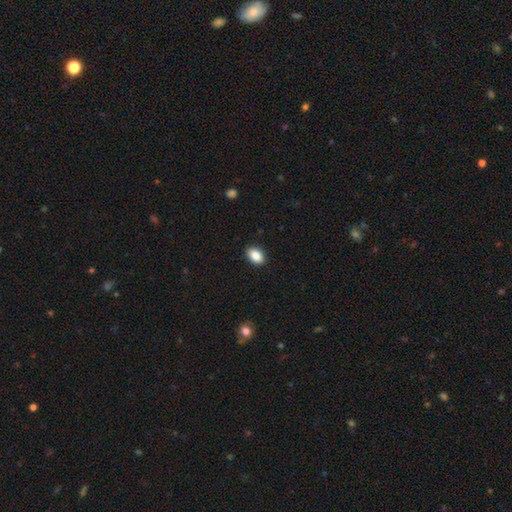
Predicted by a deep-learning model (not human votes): Smooth or featured? smooth (88%)
How rounded? in between (82%)
Merging? none (90%)